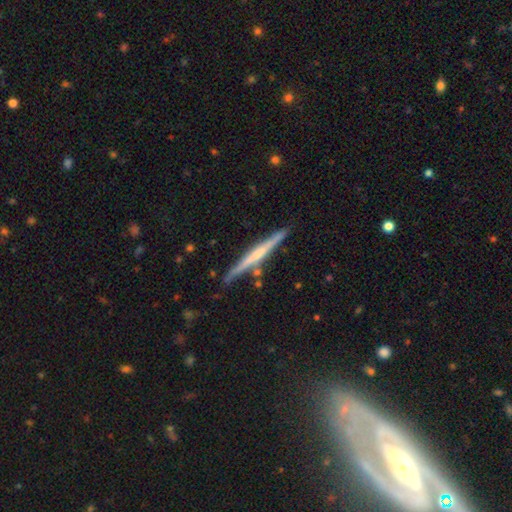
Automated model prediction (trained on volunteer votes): featured or disk 66%, smooth 28%, star or artifact 6%. Down the decision tree: edge-on disk — yes (98%); edge-on bulge — rounded (45%); merging — none (84%).